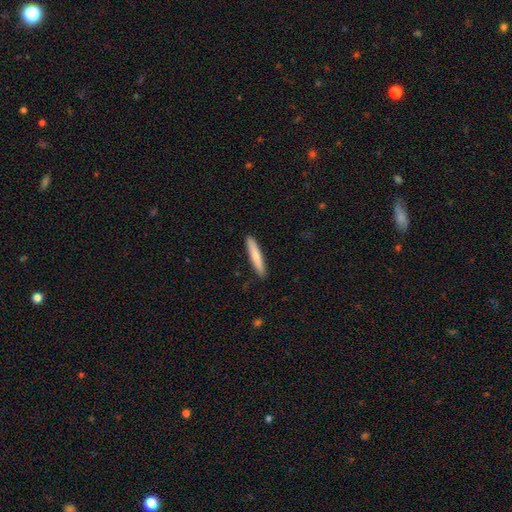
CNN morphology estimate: This appears to be a smooth galaxy with no disk features (75%) that is cigar-shaped (93%). Merging: none (91%).